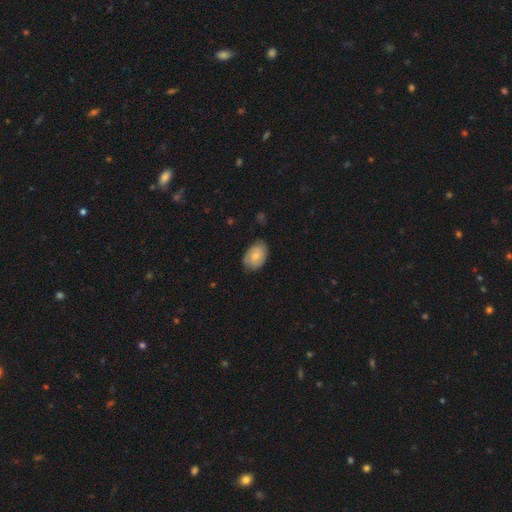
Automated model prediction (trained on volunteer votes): smooth 68%, featured or disk 25%, star or artifact 6%. Down the decision tree: how rounded — in between (86%); merging — none (75%).